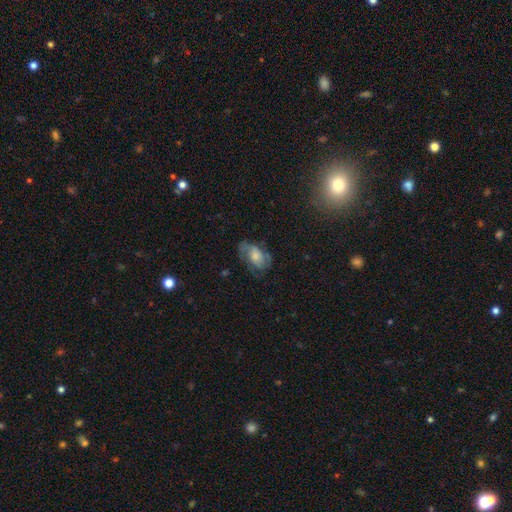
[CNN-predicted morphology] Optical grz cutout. It shows a featured or disk galaxy (50%). Merging: none (55%).